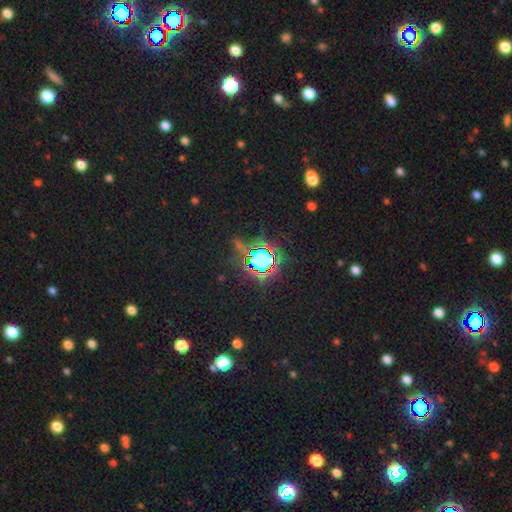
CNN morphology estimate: A star or artifact, not a galaxy (82%).

Vote fractions:
- Smooth or featured? star or artifact: 82% / smooth: 11% / featured or disk: 7%